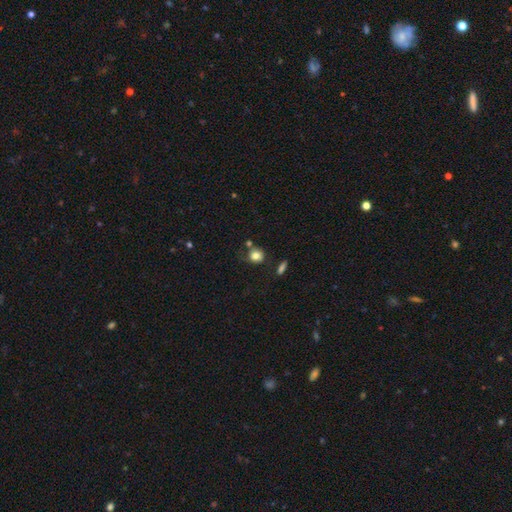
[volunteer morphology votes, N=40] Smooth or featured: smooth — 85% (featured or disk — 8%)
How rounded: round — 88% (in between — 12%)
Merging: none — 54% (merger — 24%)